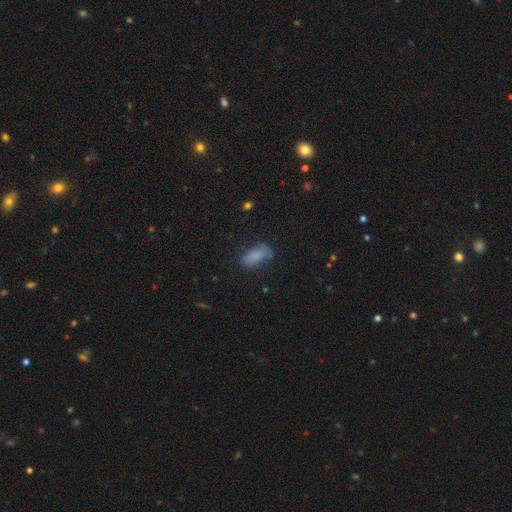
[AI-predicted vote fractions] This appears to be a smooth galaxy with no disk features (78%) that is in between round and cigar-shaped (91%). Merging: none (50%).